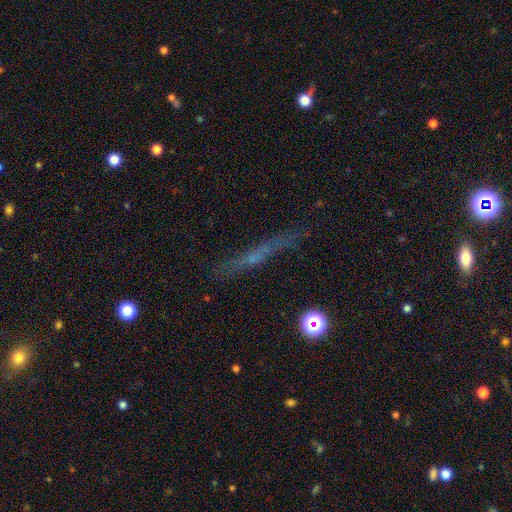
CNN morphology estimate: smooth-or-featured: featured or disk: 48% | smooth: 35% | star or artifact: 17%
  merging: none: 76% | minor disturbance: 16% | major disturbance: 5% | merger: 3%